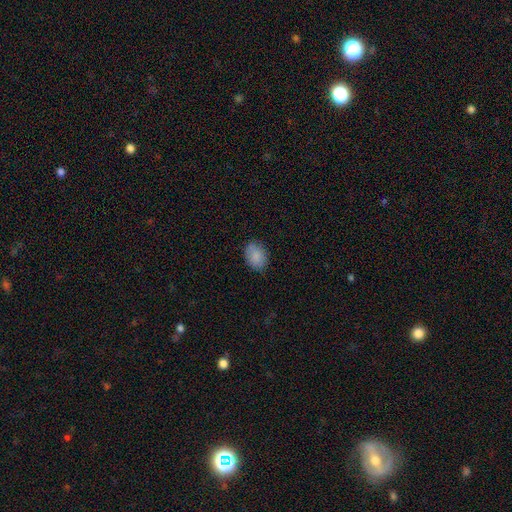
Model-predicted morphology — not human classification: Smooth or featured?
  - smooth: 87% *
  - star or artifact: 7%
  - featured or disk: 6%
How rounded?
  - in between: 78% *
  - round: 20%
  - cigar-shaped: 1%
Merging?
  - none: 80% *
  - minor disturbance: 15%
  - major disturbance: 3%
  - merger: 1%